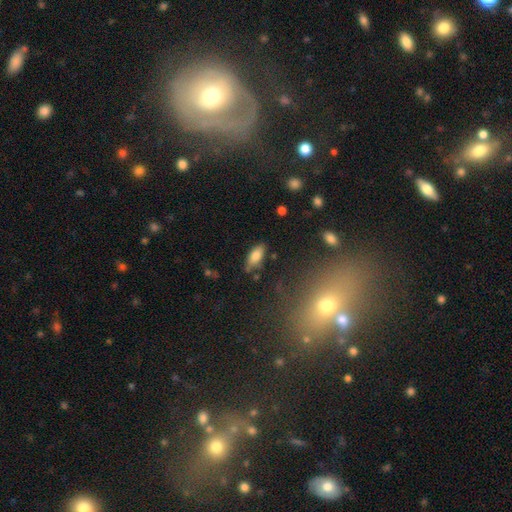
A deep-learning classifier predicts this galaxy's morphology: This appears to be a smooth galaxy with no disk features (77%) that is in between round and cigar-shaped (82%). Merging: none (77%).